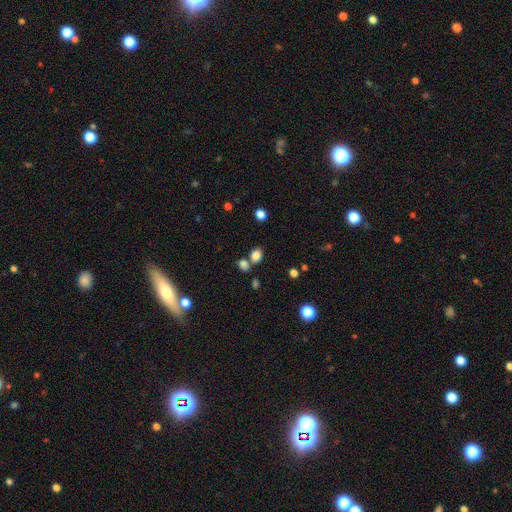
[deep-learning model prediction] Morphology: type=smooth (82%); roundness=in between (60%); merging=none (61%).